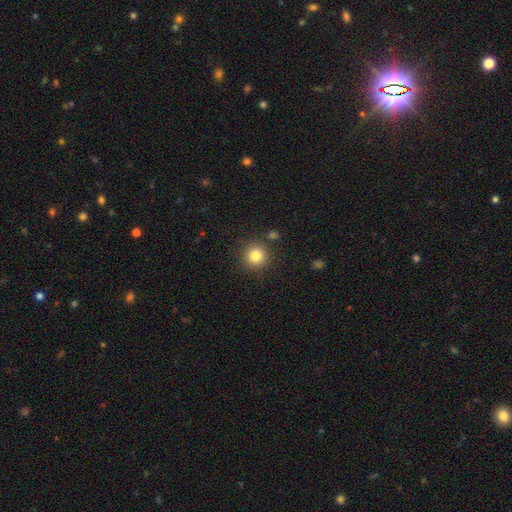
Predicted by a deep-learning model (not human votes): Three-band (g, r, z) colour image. It shows a smooth galaxy with no disk features (83%) that is round (94%). Merging: none (86%).